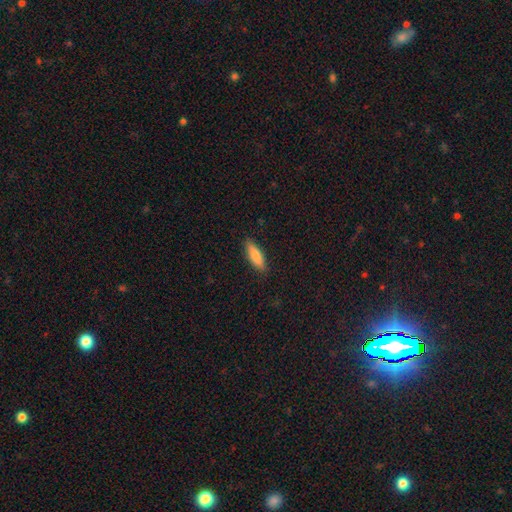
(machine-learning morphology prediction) smooth 84%, featured or disk 11%, star or artifact 6%. Down the decision tree: how rounded — in between (52%); merging — none (88%).